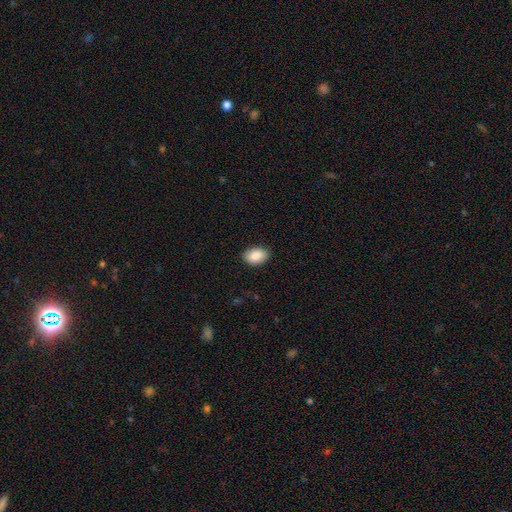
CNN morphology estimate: Smooth or featured? smooth (88%)
How rounded? in between (86%)
Merging? none (87%)